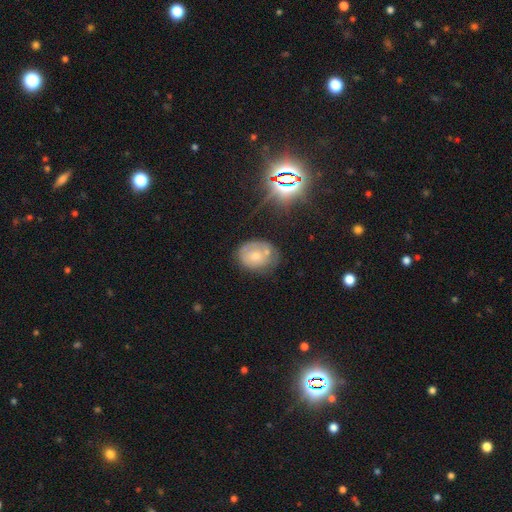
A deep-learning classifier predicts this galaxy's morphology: Smooth or featured? smooth (50%)
How rounded? in between (52%)
Merging? none (48%)